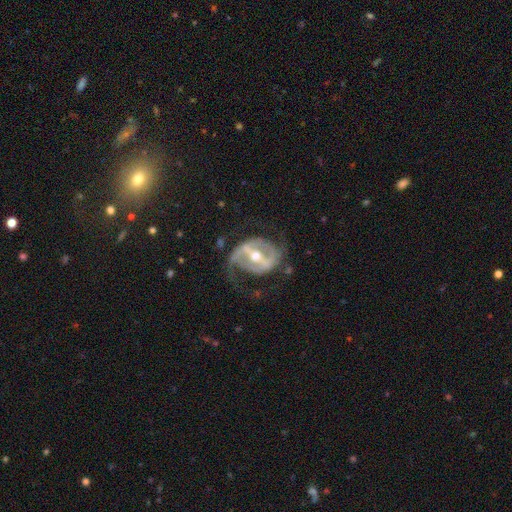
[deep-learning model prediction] Morphology: type=featured or disk (85%); edge-on=no (95%); bar=strong (65%); spiral arms=yes (77%); winding=medium (41%); arm count=2 (72%); bulge=moderate (71%); merging=none (50%).